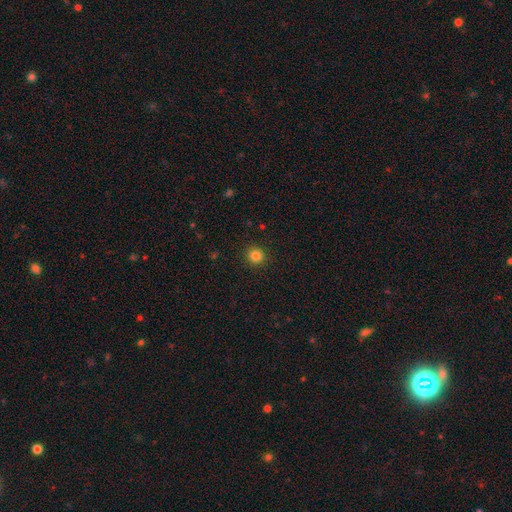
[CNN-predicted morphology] Smooth or featured?
  - smooth: 83% *
  - star or artifact: 12%
  - featured or disk: 4%
How rounded?
  - round: 93% *
  - in between: 6%
  - cigar-shaped: 1%
Merging?
  - none: 92% *
  - minor disturbance: 5%
  - major disturbance: 2%
  - merger: 1%